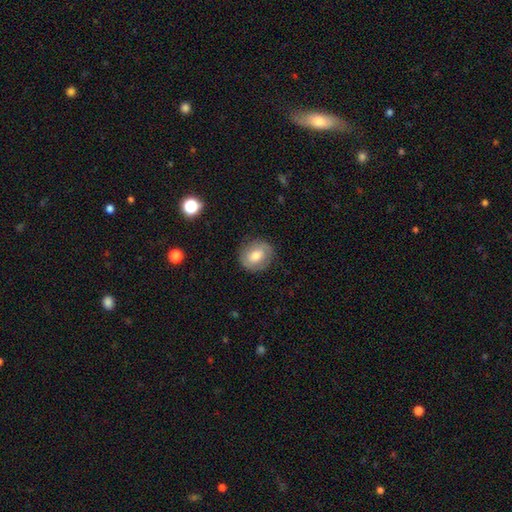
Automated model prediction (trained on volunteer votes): This is possibly a smooth galaxy (59%). How rounded: likely round (71%). Merging: clearly none (81%).